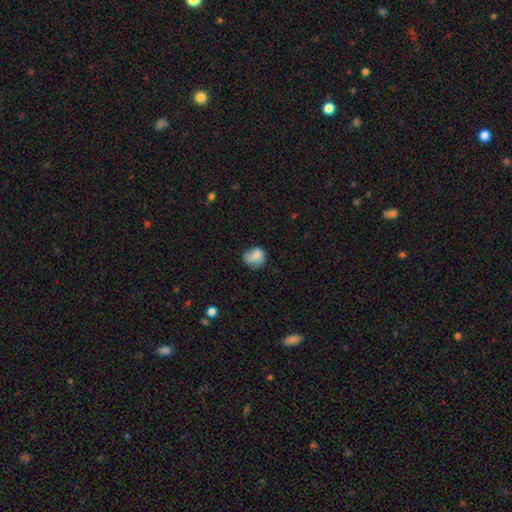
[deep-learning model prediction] This is likely a smooth galaxy (75%). How rounded: likely round (63%). Merging: possibly none (48%).